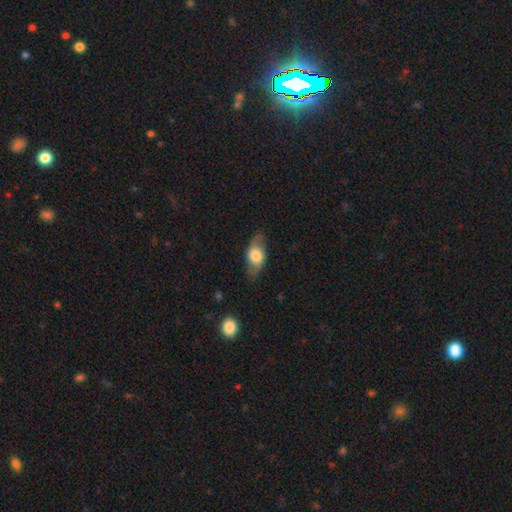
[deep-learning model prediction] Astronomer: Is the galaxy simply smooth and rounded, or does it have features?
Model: smooth — 61%.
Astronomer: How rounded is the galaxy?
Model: in between — 84%.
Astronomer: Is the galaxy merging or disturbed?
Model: none — 76%.